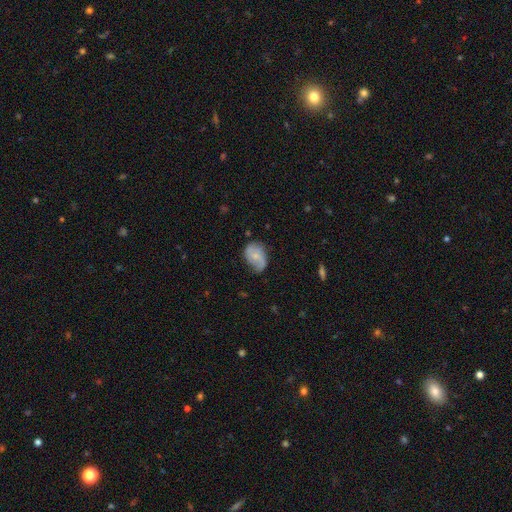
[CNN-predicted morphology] type=featured or disk (48%); merging=none (52%).